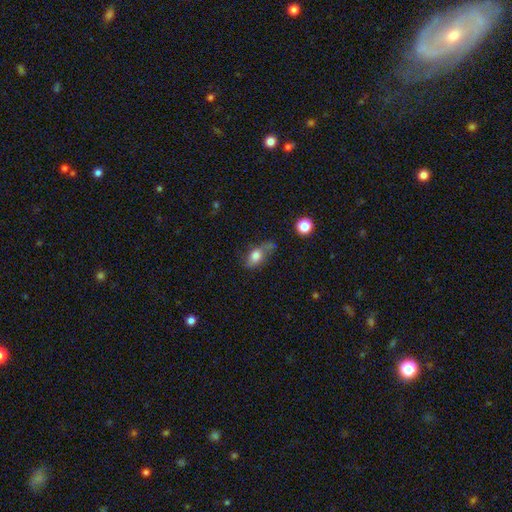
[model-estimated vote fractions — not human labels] Overall: smooth (70%). How rounded: in between (77%). Merging: none (45%; minor disturbance 29%).